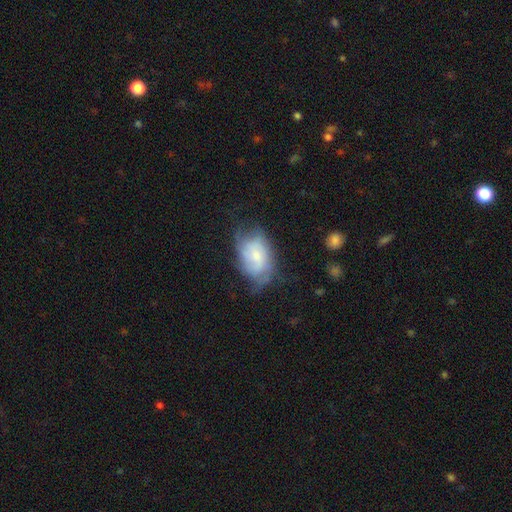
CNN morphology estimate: The model was most divided on "smooth or featured": featured or disk: 51%, smooth: 42%, star or artifact: 8%. Remaining: edge-on disk — no (96%); merging — none (48%).